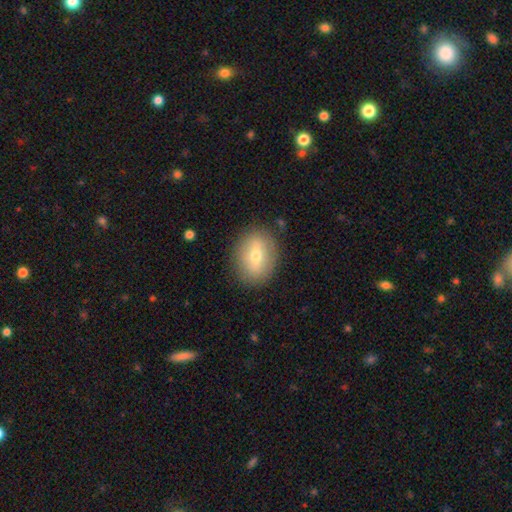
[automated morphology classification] Smooth or featured?
  - smooth: 59% *
  - featured or disk: 33%
  - star or artifact: 8%
How rounded?
  - in between: 61% *
  - round: 37%
  - cigar-shaped: 2%
Merging?
  - none: 85% *
  - minor disturbance: 10%
  - major disturbance: 3%
  - merger: 1%